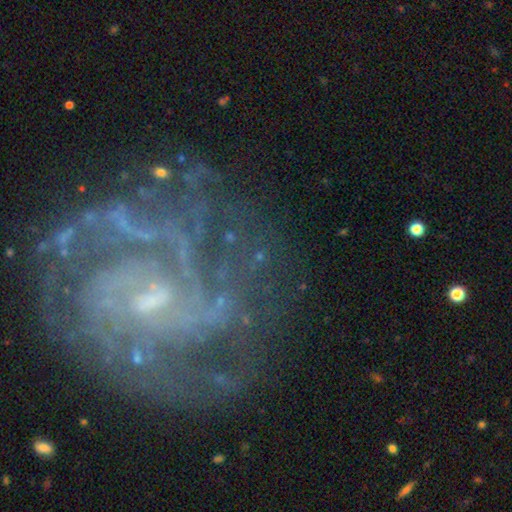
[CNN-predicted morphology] Smooth or featured?
  - featured or disk: 87% *
  - star or artifact: 8%
  - smooth: 5%
Edge-on disk?
  - no: 98% *
  - yes: 2%
Bar?
  - weak: 48% *
  - no: 41%
  - strong: 11%
Spiral arms?
  - yes: 94% *
  - no: 6%
Spiral winding?
  - tight: 54% *
  - medium: 37%
  - loose: 9%
Spiral arm count?
  - can't tell: 31% *
  - 3: 19%
  - 4: 17%
  - 2: 16%
  - more than 4: 9%
  - 1: 8%
Bulge size?
  - small: 60% *
  - moderate: 25%
  - none: 13%
  - large: 2%
  - dominant: 1%
Merging?
  - none: 68% *
  - minor disturbance: 17%
  - major disturbance: 13%
  - merger: 2%